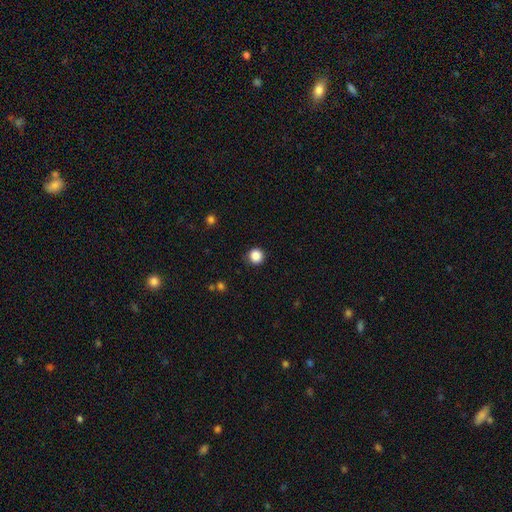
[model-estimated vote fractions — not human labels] A smooth galaxy with no disk features (87%) that is round (95%).

Vote fractions:
- Smooth or featured? smooth: 87% / star or artifact: 10% / featured or disk: 3%
- How rounded? round: 95% / in between: 4% / cigar-shaped: 1%
- Merging? none: 90% / minor disturbance: 7% / major disturbance: 2% / merger: 1%